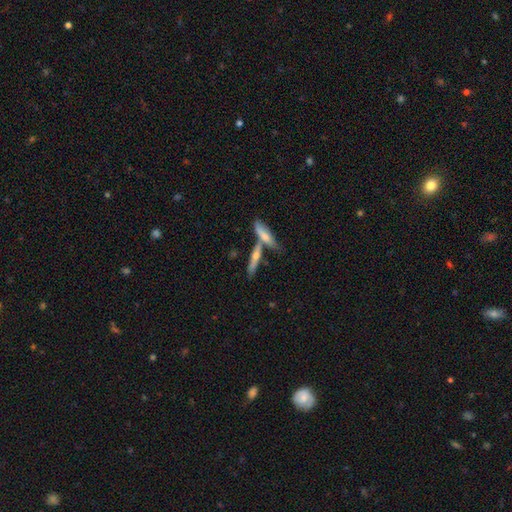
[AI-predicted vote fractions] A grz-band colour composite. It shows a featured or disk galaxy (49%). Merging: none (51%).